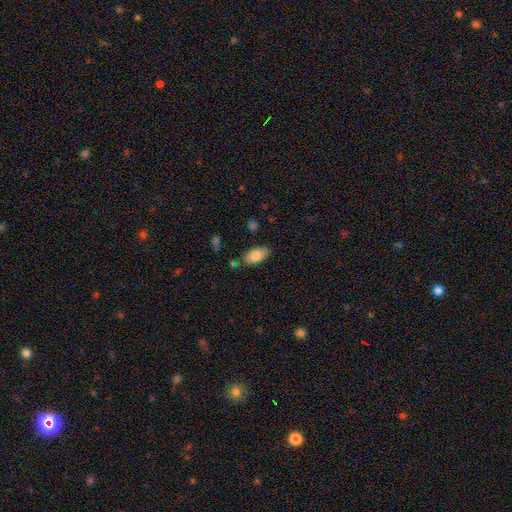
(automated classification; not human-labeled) Smooth or featured? Predicted: smooth (p=0.83). How rounded? Predicted: in between (p=0.93). Merging? Predicted: none (p=0.76).